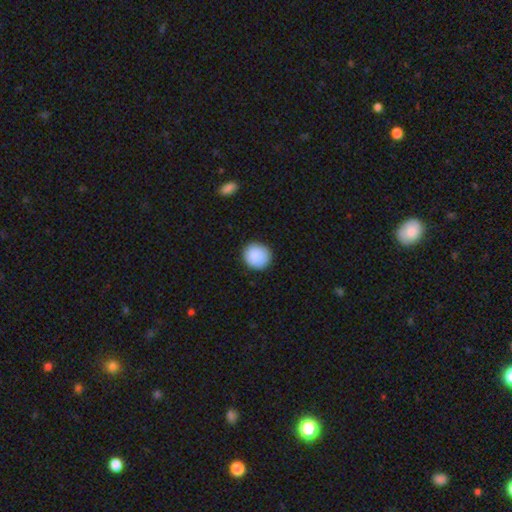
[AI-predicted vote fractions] Morphology: type=smooth (89%); roundness=round (91%); merging=none (89%).